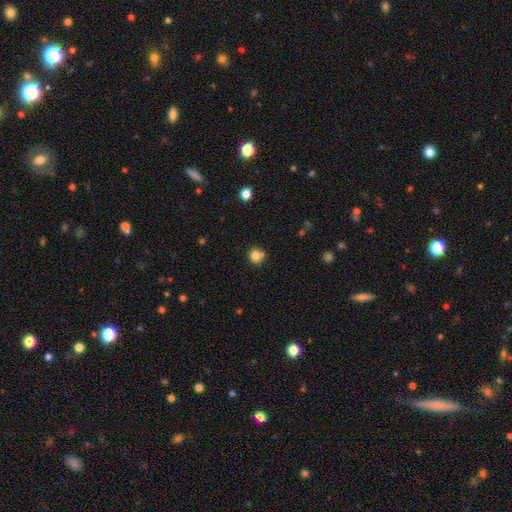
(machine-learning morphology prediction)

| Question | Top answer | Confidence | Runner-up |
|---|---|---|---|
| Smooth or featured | smooth | 80% | star or artifact (12%) |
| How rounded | round | 83% | in between (16%) |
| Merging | none | 70% | merger (16%) |